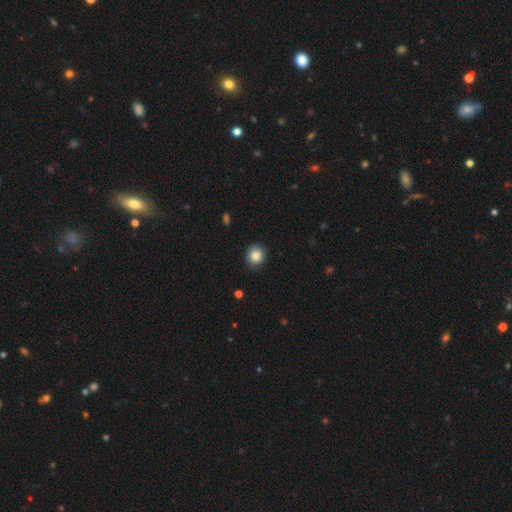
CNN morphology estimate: smooth-or-featured: smooth: 85% | star or artifact: 10% | featured or disk: 6%
  how-rounded: round: 82% | in between: 17% | cigar-shaped: 1%
  merging: none: 88% | minor disturbance: 9% | major disturbance: 2% | merger: 1%